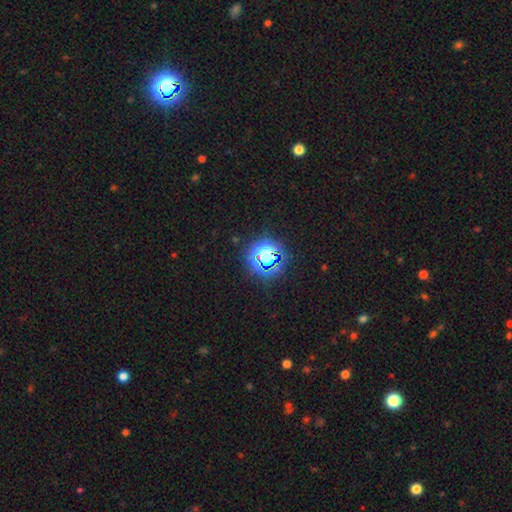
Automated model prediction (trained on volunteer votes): Smooth or featured? Predicted: star or artifact (p=0.76).